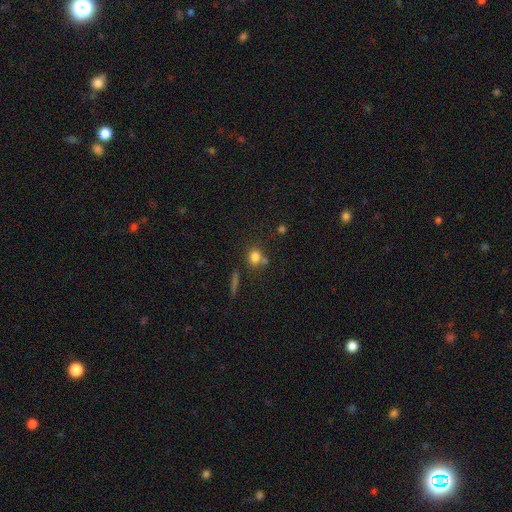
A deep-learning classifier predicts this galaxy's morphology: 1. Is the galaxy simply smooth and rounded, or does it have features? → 79% smooth, 13% star or artifact, 8% featured or disk.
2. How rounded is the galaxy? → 79% round, 19% in between, 2% cigar-shaped.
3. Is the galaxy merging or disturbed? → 62% none, 21% merger, 12% minor disturbance, 5% major disturbance.